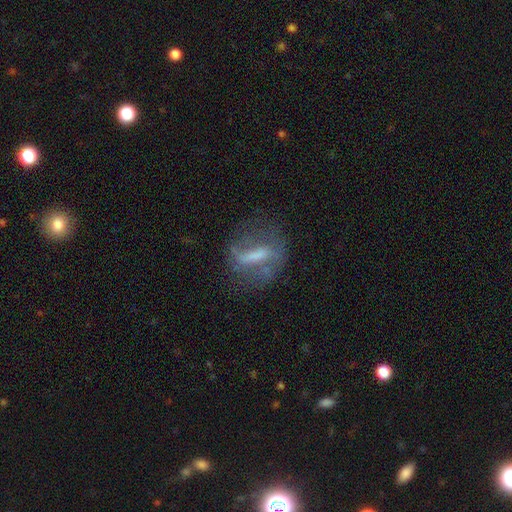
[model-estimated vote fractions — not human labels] Smooth or featured?
  - featured or disk: 56% *
  - smooth: 32%
  - star or artifact: 12%
Edge-on disk?
  - no: 83% *
  - yes: 17%
Merging?
  - none: 56% *
  - minor disturbance: 20%
  - major disturbance: 20%
  - merger: 3%